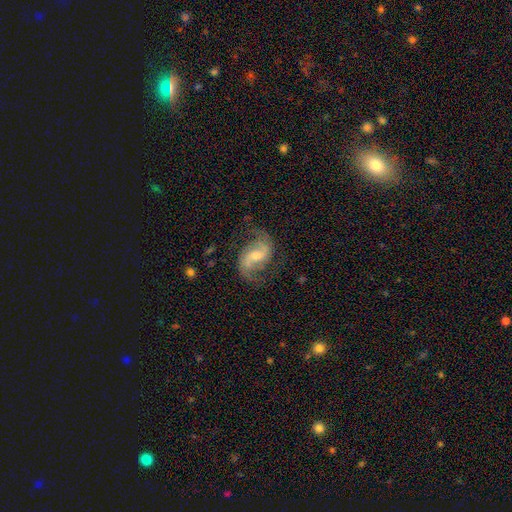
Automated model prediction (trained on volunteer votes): Smooth or featured? Predicted: featured or disk (p=0.86). Edge-on disk? Predicted: no (p=0.97). Bar? Predicted: weak (p=0.52). Spiral arms? Predicted: yes (p=0.96). Spiral winding? Predicted: medium (p=0.46). Spiral arm count? Predicted: 2 (p=0.91). Bulge size? Predicted: moderate (p=0.49). Merging? Predicted: none (p=0.73).